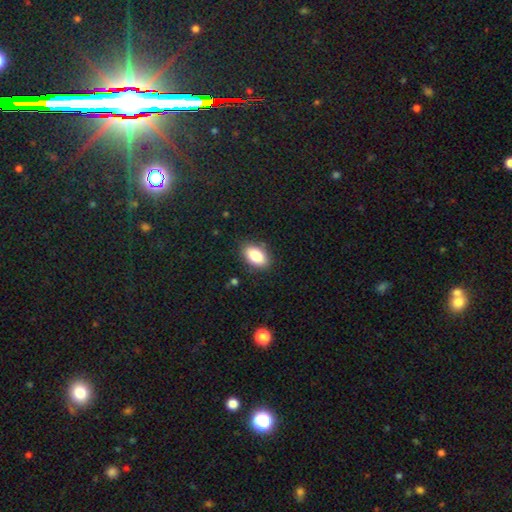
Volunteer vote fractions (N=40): A smooth galaxy with no disk features (80%) that is in between round and cigar-shaped (91%). Merging: none (92%).